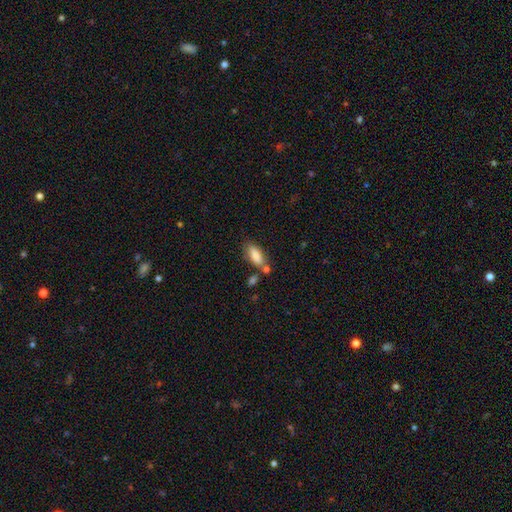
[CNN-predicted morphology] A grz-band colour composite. It shows a smooth galaxy with no disk features (84%) that is in between round and cigar-shaped (73%). Merging: none (62%).